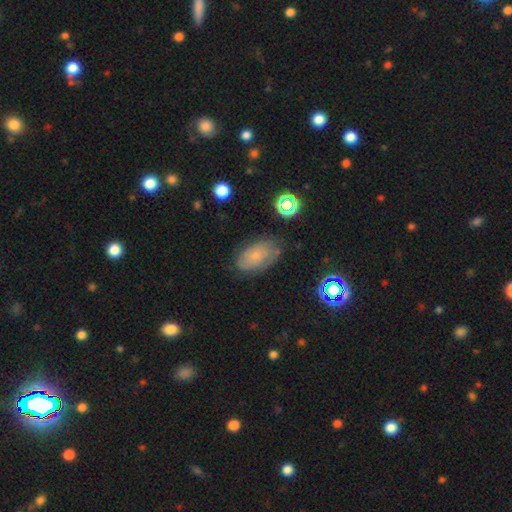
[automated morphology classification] Smooth or featured? Predicted: smooth (p=0.55). How rounded? Predicted: in between (p=0.91). Merging? Predicted: none (p=0.67).